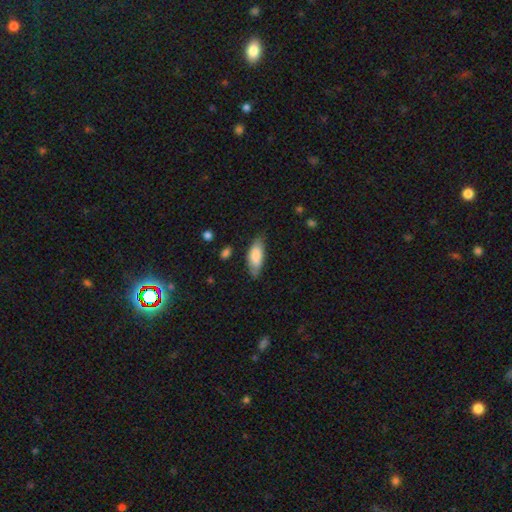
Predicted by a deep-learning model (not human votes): Q: Smooth or featured?
A: smooth (83%); runner-up: featured or disk (11%)
Q: How rounded?
A: in between (79%); runner-up: cigar-shaped (20%)
Q: Merging?
A: none (70%); runner-up: minor disturbance (23%)